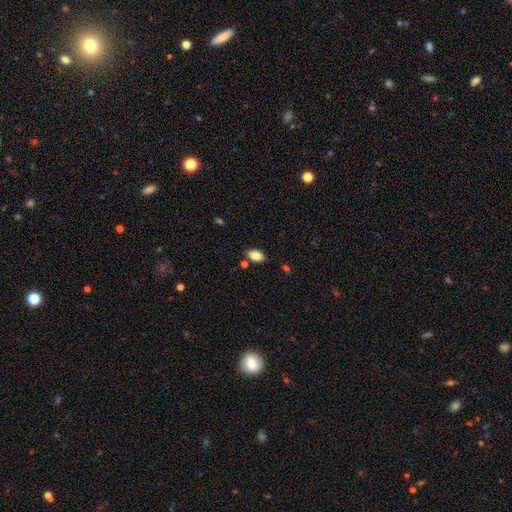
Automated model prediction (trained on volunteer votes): Smooth or featured?
  - smooth: 85% *
  - star or artifact: 8%
  - featured or disk: 7%
How rounded?
  - in between: 93% *
  - round: 5%
  - cigar-shaped: 2%
Merging?
  - none: 82% *
  - minor disturbance: 11%
  - merger: 5%
  - major disturbance: 2%